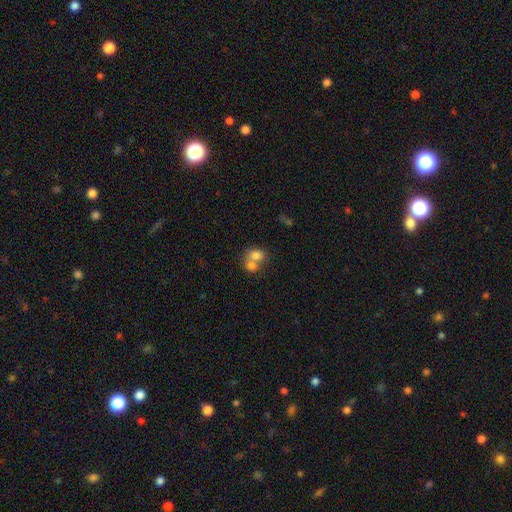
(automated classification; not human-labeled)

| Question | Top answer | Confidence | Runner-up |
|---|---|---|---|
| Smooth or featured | smooth | 75% | featured or disk (16%) |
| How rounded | round | 55% | in between (44%) |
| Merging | merger | 66% | none (25%) |